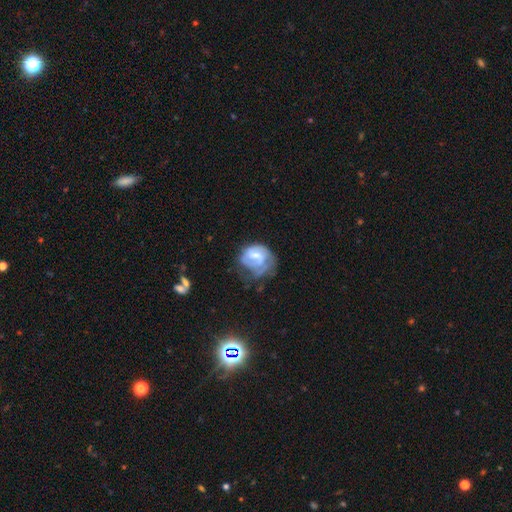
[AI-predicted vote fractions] smooth-or-featured: featured or disk: 63% | smooth: 30% | star or artifact: 7%
  disk-edge-on: no: 98% | yes: 2%
    bar: weak: 51% | no: 33% | strong: 16%
    has-spiral-arms: yes: 73% | no: 27%
    bulge-size: moderate: 45% | small: 33% | none: 13% | large: 8% | dominant: 1%
  merging: major disturbance: 35% | none: 34% | minor disturbance: 28% | merger: 4%